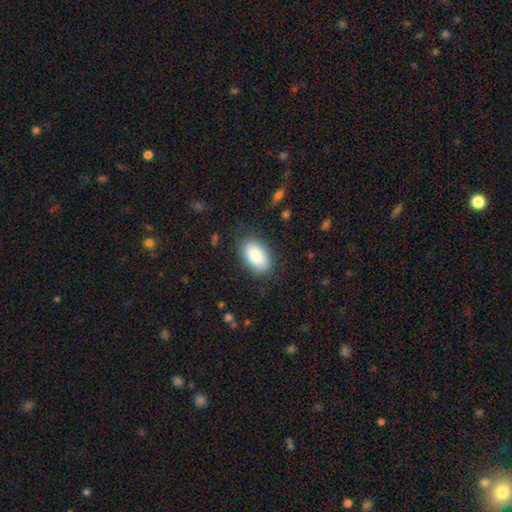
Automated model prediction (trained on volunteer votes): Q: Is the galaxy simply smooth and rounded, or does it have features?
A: smooth — 87%.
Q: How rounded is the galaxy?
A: in between — 94%.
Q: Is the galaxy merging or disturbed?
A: none — 80%.